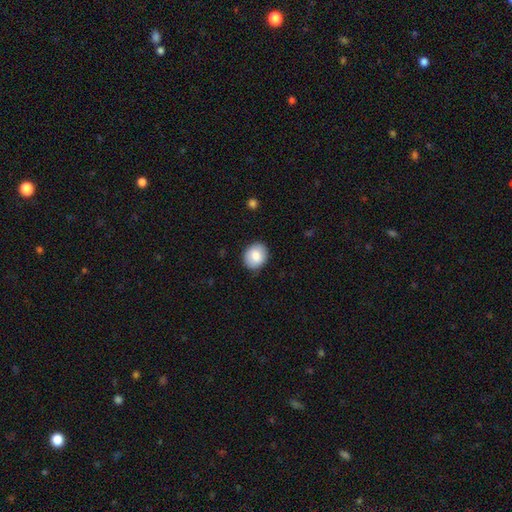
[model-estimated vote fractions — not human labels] Q: Smooth or featured?
A: smooth (82%); runner-up: featured or disk (10%)
Q: How rounded?
A: round (61%); runner-up: in between (38%)
Q: Merging?
A: none (85%); runner-up: minor disturbance (12%)